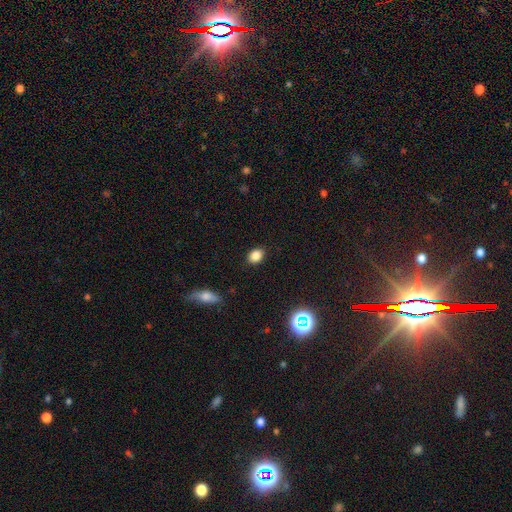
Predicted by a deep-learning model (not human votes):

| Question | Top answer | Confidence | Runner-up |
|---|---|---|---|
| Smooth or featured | smooth | 84% | star or artifact (11%) |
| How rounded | in between | 65% | round (34%) |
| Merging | none | 87% | minor disturbance (9%) |